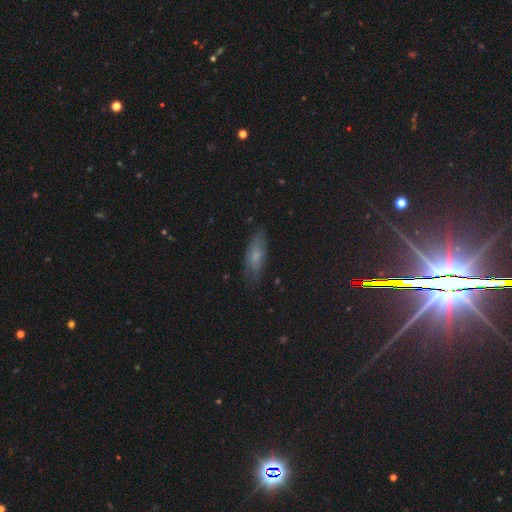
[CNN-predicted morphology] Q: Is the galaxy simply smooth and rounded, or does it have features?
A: smooth — 63%.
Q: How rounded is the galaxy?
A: in between — 64%.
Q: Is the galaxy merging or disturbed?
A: none — 77%.